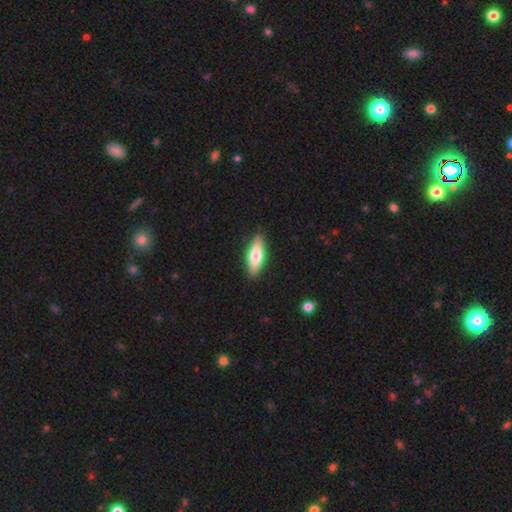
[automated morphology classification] Smooth or featured? Predicted: smooth (p=0.66). How rounded? Predicted: in between (p=0.55). Merging? Predicted: none (p=0.88).